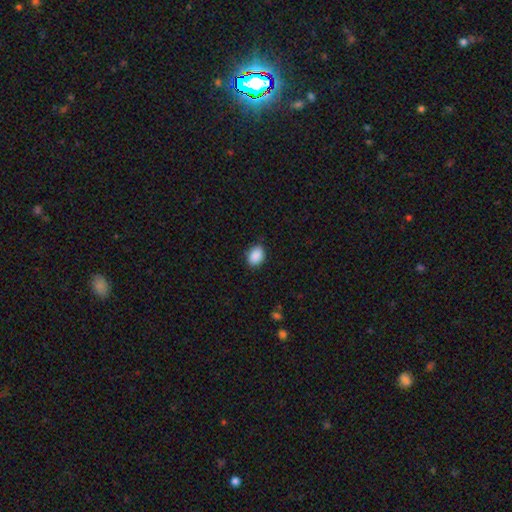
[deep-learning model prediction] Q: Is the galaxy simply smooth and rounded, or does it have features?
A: smooth — 90%.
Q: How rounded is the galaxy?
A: in between — 72%.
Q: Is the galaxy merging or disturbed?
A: none — 84%.